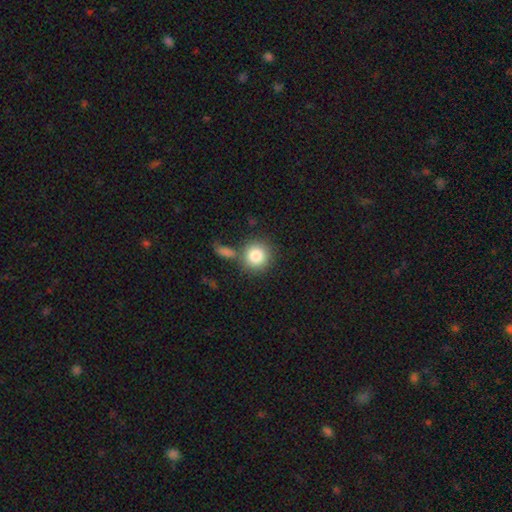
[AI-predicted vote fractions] Smooth or featured: smooth — 84% (star or artifact — 8%)
How rounded: round — 91% (in between — 8%)
Merging: none — 67% (merger — 17%)